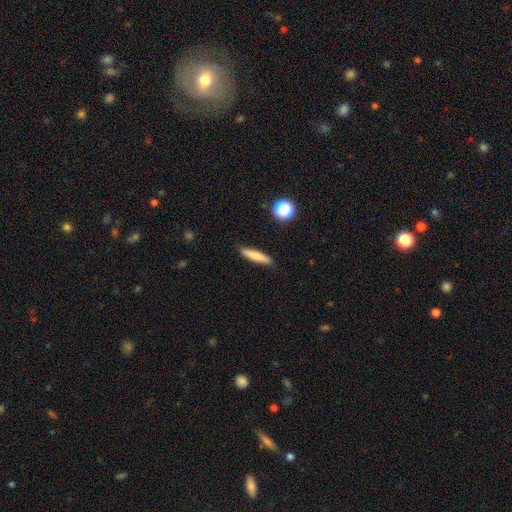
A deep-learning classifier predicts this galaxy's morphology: Smooth or featured? Predicted: smooth (p=0.77). How rounded? Predicted: cigar-shaped (p=0.88). Merging? Predicted: none (p=0.88).